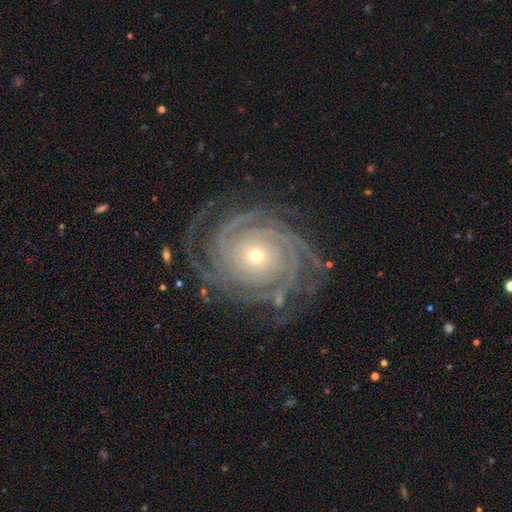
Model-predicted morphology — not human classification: Overall: featured or disk (92%). Edge-on disk: no (97%). Bar: no (77%). Spiral arms: yes (99%). Spiral arm count: 4 (28%; more than 4 25%). Spiral winding: tight (85%). Bulge size: small (62%; moderate 35%). Merging: none (80%).